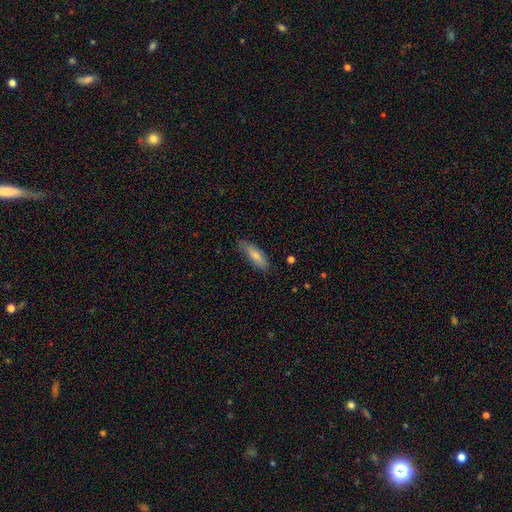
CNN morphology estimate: type=smooth (76%); roundness=in between (52%); merging=none (73%).